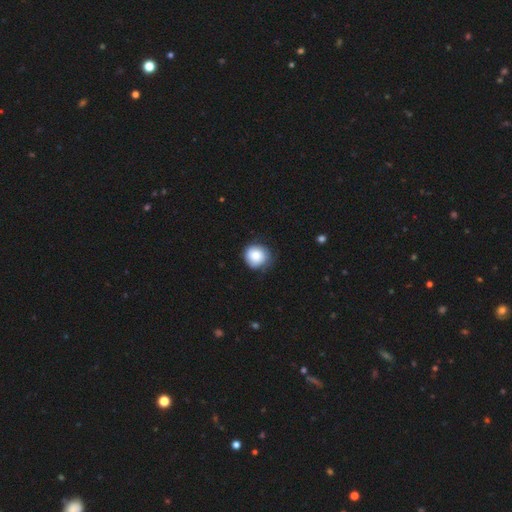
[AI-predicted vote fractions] smooth 79%, featured or disk 14%, star or artifact 8%. Down the decision tree: how rounded — round (90%); merging — none (74%).